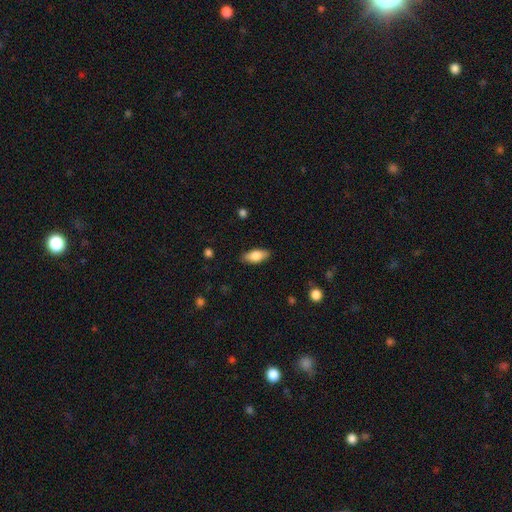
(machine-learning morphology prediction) This appears to be a smooth galaxy with no disk features (80%) that is in between round and cigar-shaped (86%). Merging: none (86%).